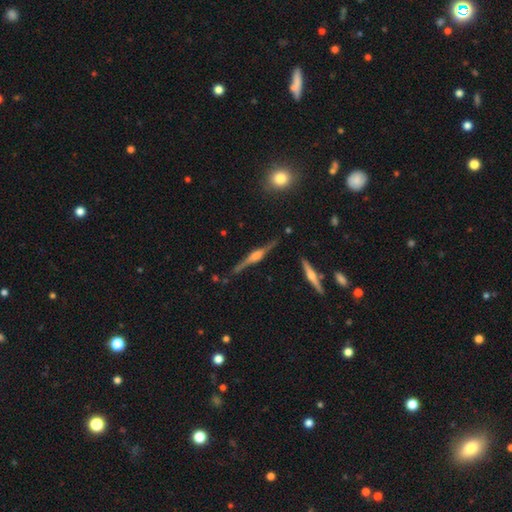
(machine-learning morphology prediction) Smooth or featured: featured or disk — 84% (smooth — 10%)
Edge-on disk: yes — 98% (no — 2%)
Edge-on bulge: rounded — 67% (boxy — 29%)
Merging: none — 84% (minor disturbance — 12%)